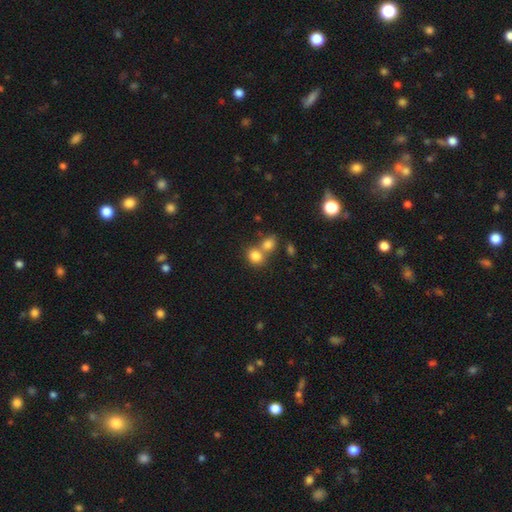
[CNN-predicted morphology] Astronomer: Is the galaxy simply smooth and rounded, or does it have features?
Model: smooth — 81%.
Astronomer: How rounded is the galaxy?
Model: round — 65%.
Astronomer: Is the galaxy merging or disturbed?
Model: merger — 48% (runner-up: none, 41%).